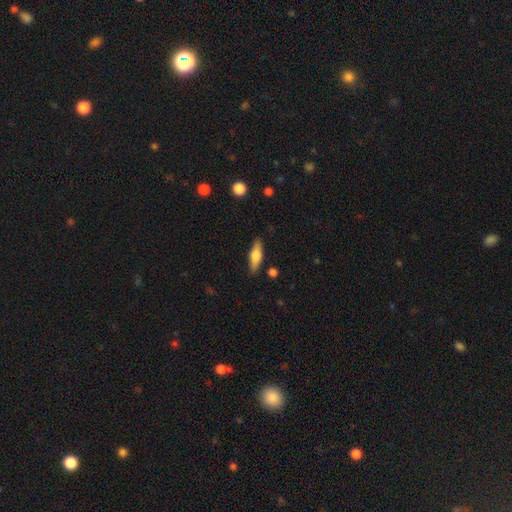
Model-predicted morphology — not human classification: This appears to be a smooth galaxy with no disk features (57%) that is cigar-shaped (52%). Merging: none (85%).